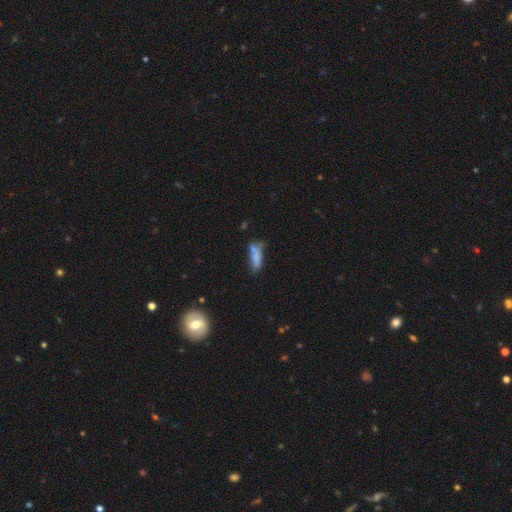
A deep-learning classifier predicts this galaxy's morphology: The model was most divided on "how rounded": in between: 52%, cigar-shaped: 46%, round: 3%. Remaining: smooth or featured — smooth (71%); merging — none (41%).